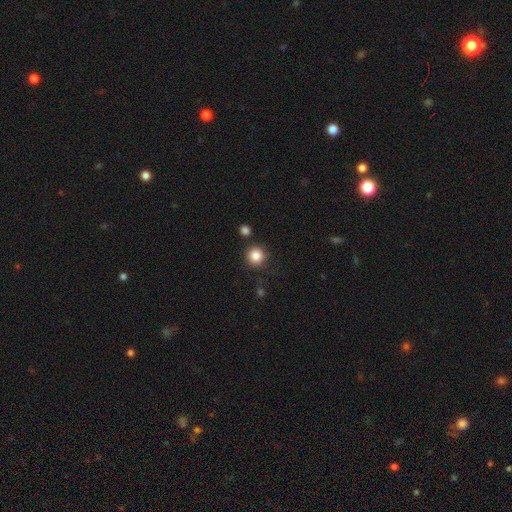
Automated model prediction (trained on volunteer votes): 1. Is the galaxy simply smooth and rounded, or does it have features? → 86% smooth, 10% star or artifact, 4% featured or disk.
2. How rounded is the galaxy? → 93% round, 6% in between, 1% cigar-shaped.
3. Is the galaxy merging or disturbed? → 85% none, 8% minor disturbance, 4% merger, 3% major disturbance.